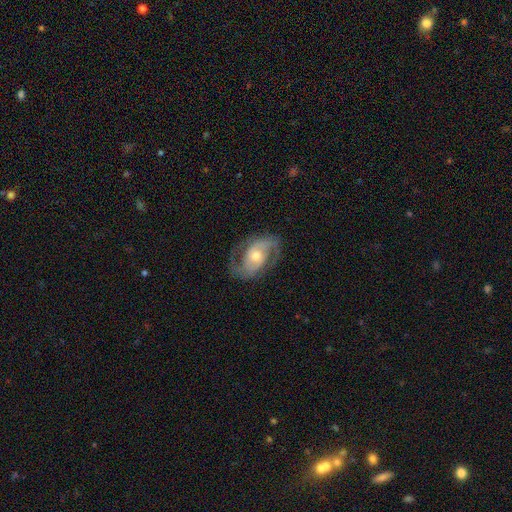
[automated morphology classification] A featured or disk galaxy (87%) with no bar (56%), 2 (90%) medium (53%) spiral arms (95%) and a moderate central bulge (64%). Merging: none (76%).